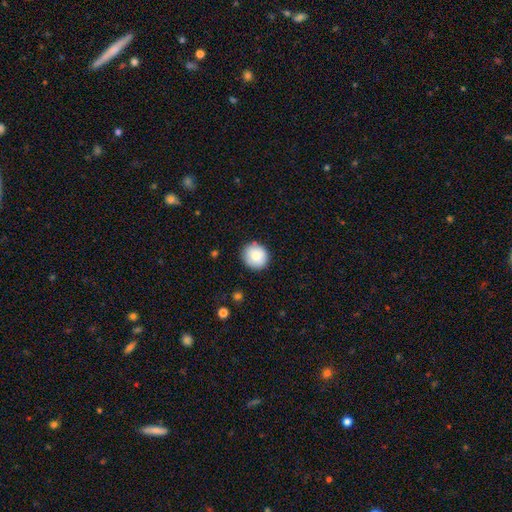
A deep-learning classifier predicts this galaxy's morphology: Smooth or featured: smooth — 83% (featured or disk — 9%)
How rounded: round — 89% (in between — 10%)
Merging: none — 88% (minor disturbance — 9%)